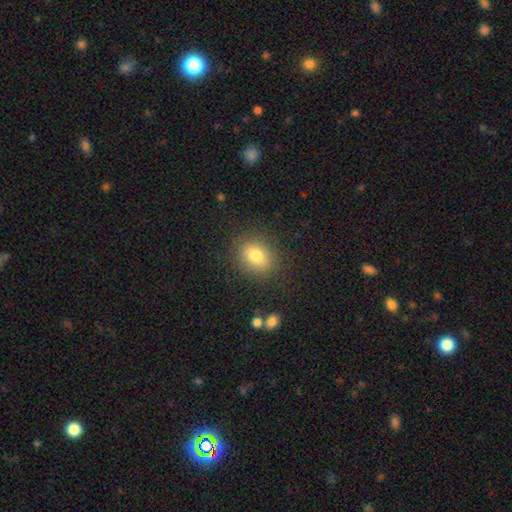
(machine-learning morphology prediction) The model was most divided on "how rounded": round: 50%, in between: 49%, cigar-shaped: 1%. More confident: merging — none (83%); smooth or featured — smooth (79%).